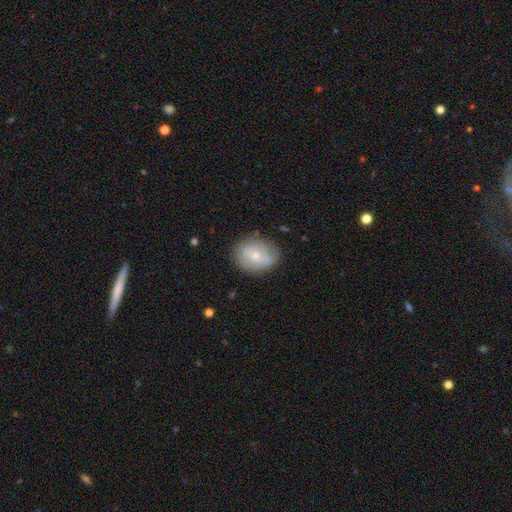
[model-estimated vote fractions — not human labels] Overall: smooth (56%; featured or disk 37%). How rounded: round (54%; in between 45%). Merging: none (74%).